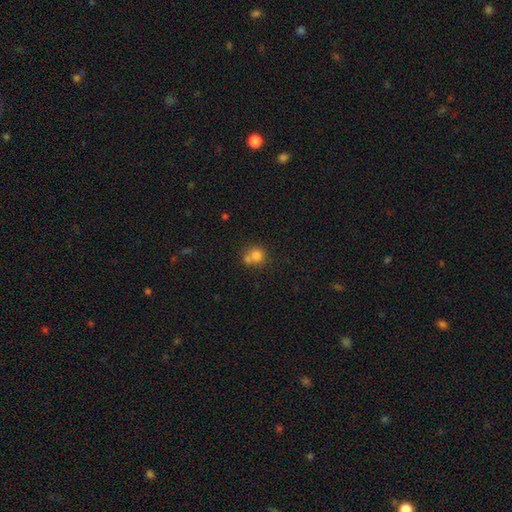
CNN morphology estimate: smooth_or_featured: smooth (p=0.78) [alt: star or artifact p=0.12]
how_rounded: round (p=0.84) [alt: in between p=0.16]
merging: none (p=0.46) [alt: merger p=0.40]